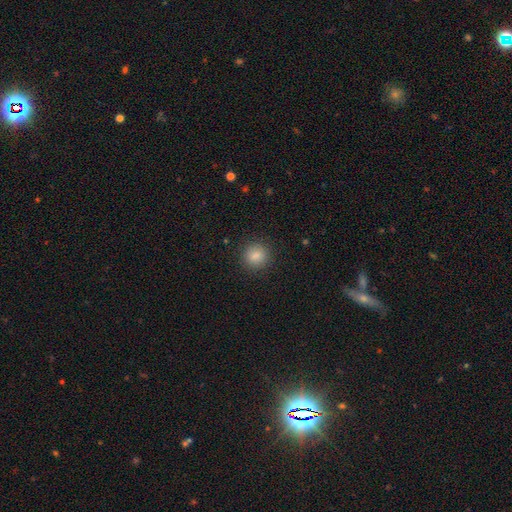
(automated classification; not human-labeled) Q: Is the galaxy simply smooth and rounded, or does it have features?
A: smooth — 86%.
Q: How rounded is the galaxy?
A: round — 90%.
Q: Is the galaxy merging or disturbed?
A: none — 90%.